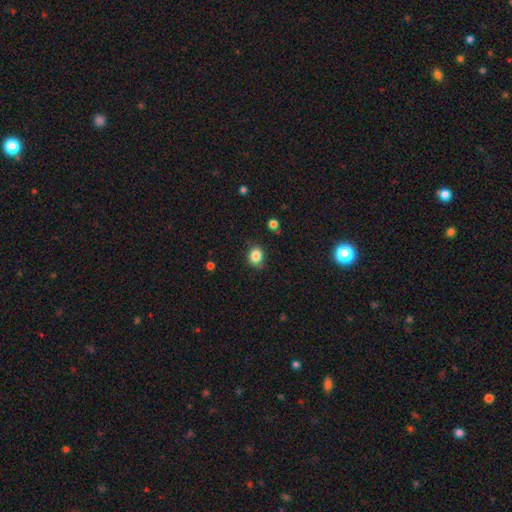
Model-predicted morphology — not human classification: Smooth or featured: smooth — 85% (star or artifact — 10%)
How rounded: round — 53% (in between — 46%)
Merging: none — 79% (minor disturbance — 16%)